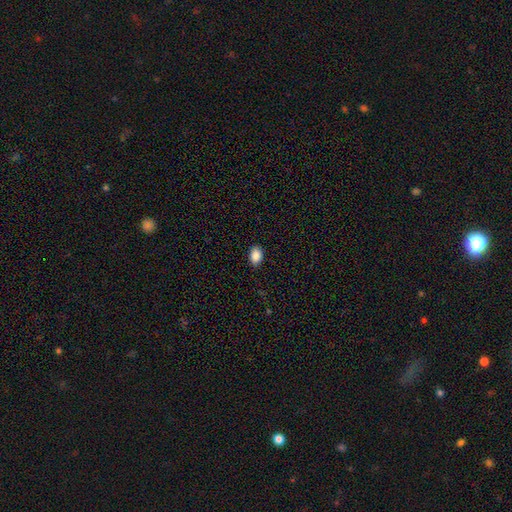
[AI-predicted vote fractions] smooth 89%, star or artifact 8%, featured or disk 3%. Down the decision tree: how rounded — in between (82%); merging — none (88%).